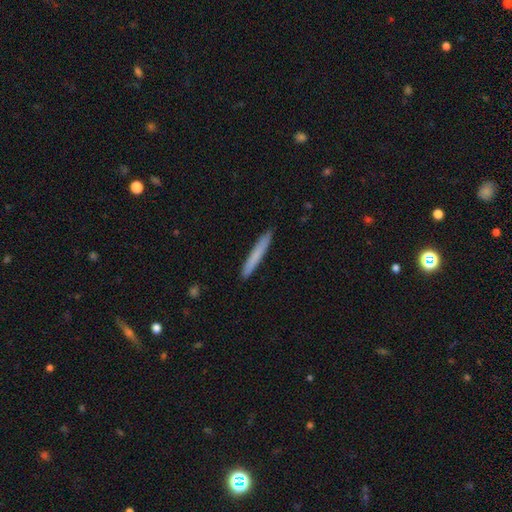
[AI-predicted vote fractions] Smooth or featured?
  - smooth: 75% *
  - featured or disk: 20%
  - star or artifact: 6%
How rounded?
  - cigar-shaped: 97% *
  - in between: 2%
  - round: 1%
Merging?
  - none: 92% *
  - minor disturbance: 6%
  - major disturbance: 1%
  - merger: 1%